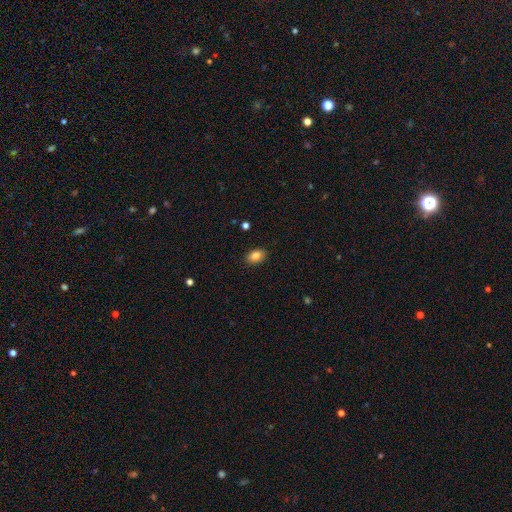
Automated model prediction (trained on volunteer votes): Overall: smooth (84%). How rounded: in between (87%). Merging: none (89%).